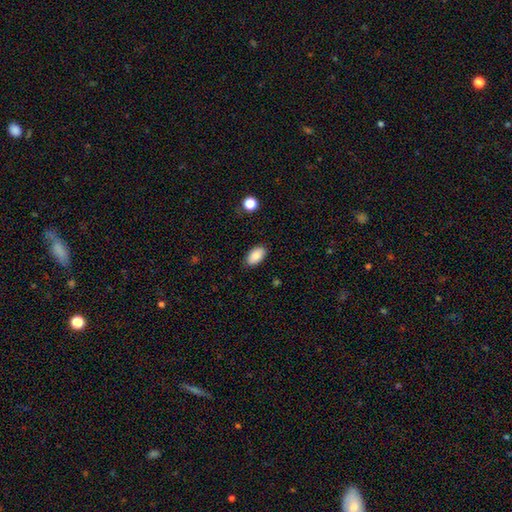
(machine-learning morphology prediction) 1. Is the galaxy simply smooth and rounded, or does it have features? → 87% smooth, 7% star or artifact, 6% featured or disk.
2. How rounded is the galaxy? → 94% in between, 4% round, 2% cigar-shaped.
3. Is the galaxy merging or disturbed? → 85% none, 11% minor disturbance, 3% major disturbance, 1% merger.